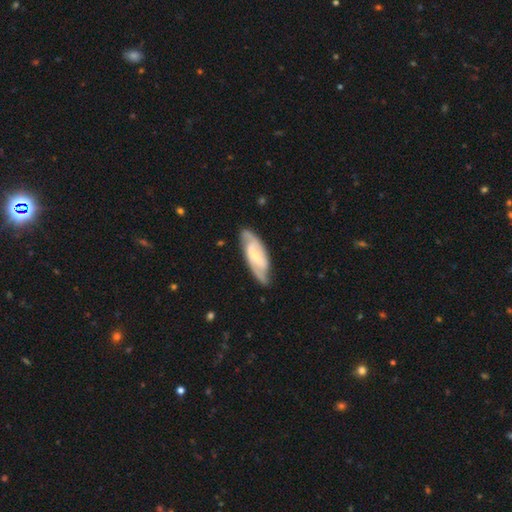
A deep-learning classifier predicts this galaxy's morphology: Smooth or featured?
  - featured or disk: 82% *
  - smooth: 14%
  - star or artifact: 4%
Edge-on disk?
  - no: 91% *
  - yes: 9%
Bar?
  - strong: 43% *
  - weak: 41%
  - no: 17%
Spiral arms?
  - yes: 94% *
  - no: 6%
Spiral winding?
  - medium: 46% *
  - tight: 39%
  - loose: 15%
Spiral arm count?
  - 2: 85% *
  - can't tell: 8%
  - 3: 3%
  - 1: 2%
  - 4: 1%
  - more than 4: 1%
Bulge size?
  - small: 58% *
  - moderate: 33%
  - none: 5%
  - large: 2%
  - dominant: 1%
Merging?
  - none: 80% *
  - minor disturbance: 15%
  - major disturbance: 4%
  - merger: 1%